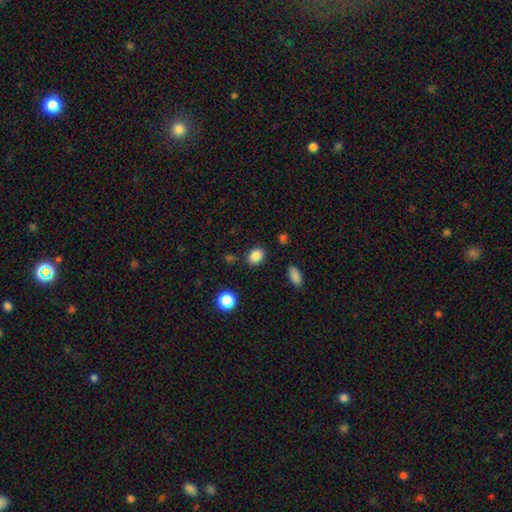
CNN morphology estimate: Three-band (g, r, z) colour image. It shows a smooth galaxy with no disk features (86%) that is in between round and cigar-shaped (63%). Merging: none (83%).